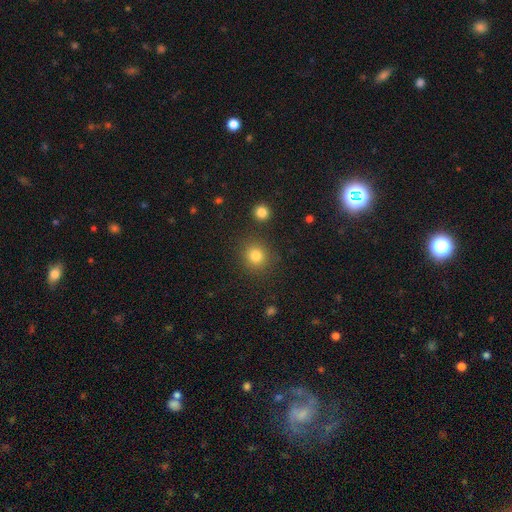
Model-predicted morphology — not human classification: smooth 81%, star or artifact 13%, featured or disk 6%. Down the decision tree: how rounded — round (88%); merging — none (86%).